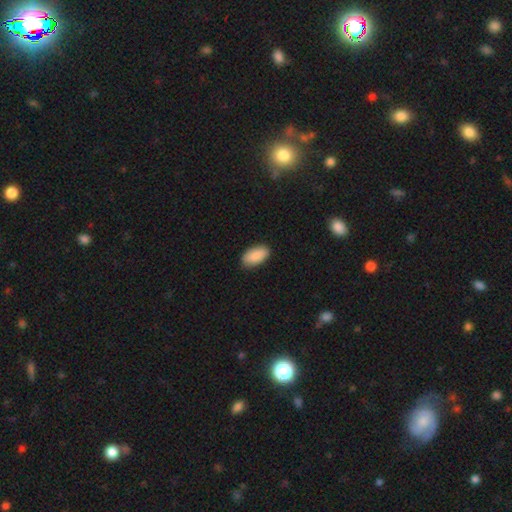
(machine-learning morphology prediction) Q: Smooth or featured?
A: smooth (89%); runner-up: star or artifact (6%)
Q: How rounded?
A: in between (94%); runner-up: cigar-shaped (3%)
Q: Merging?
A: none (87%); runner-up: minor disturbance (10%)